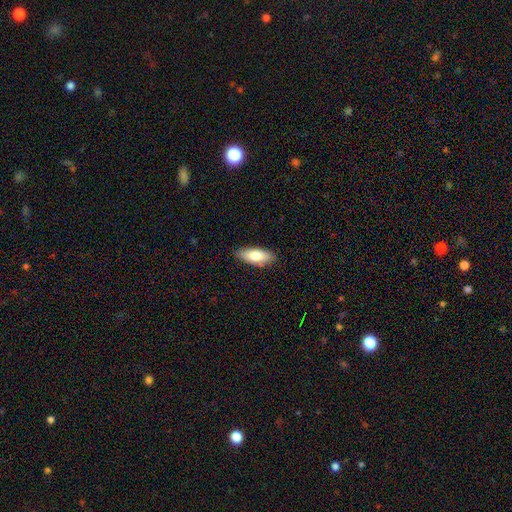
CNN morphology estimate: type=smooth (79%); roundness=in between (78%); merging=none (86%).